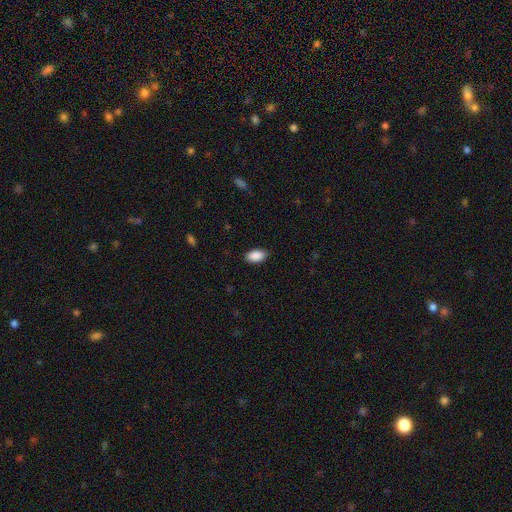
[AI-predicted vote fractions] The model was most divided on "merging": none: 88%, minor disturbance: 9%, major disturbance: 2%, merger: 1%. More confident: how rounded — in between (94%); smooth or featured — smooth (90%).